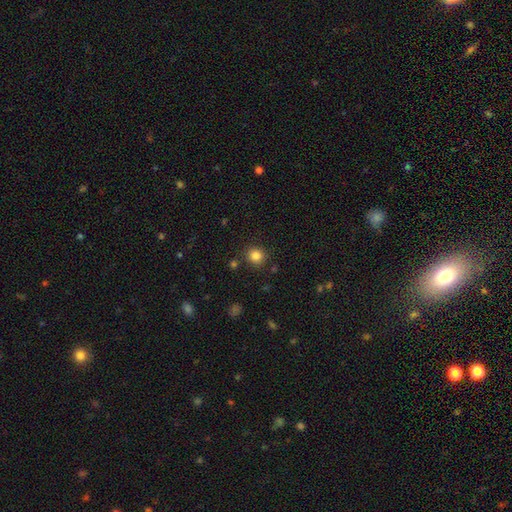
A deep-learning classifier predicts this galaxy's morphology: Smooth or featured: smooth — 83% (star or artifact — 12%)
How rounded: round — 89% (in between — 10%)
Merging: none — 87% (minor disturbance — 7%)